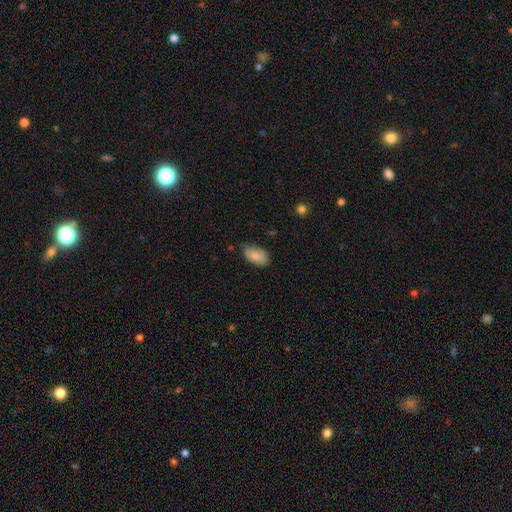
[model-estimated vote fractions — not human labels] The model was most divided on "merging": none: 65%, minor disturbance: 29%, major disturbance: 5%, merger: 2%. More confident: how rounded — in between (94%); smooth or featured — smooth (85%).